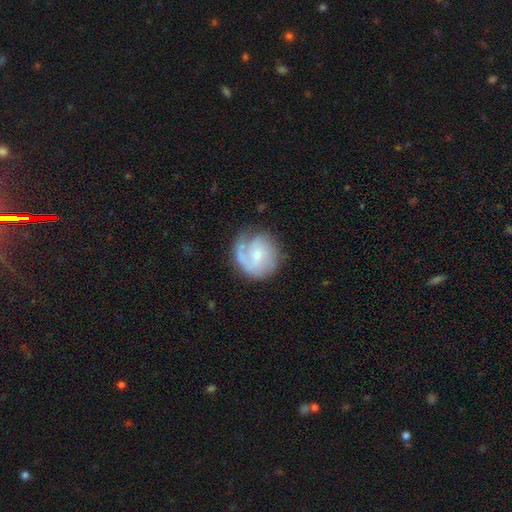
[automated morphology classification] Overall: featured or disk (72%). Edge-on disk: no (98%). Bar: no (55%; weak 39%). Spiral arms: yes (91%). Spiral arm count: 1 (36%; 2 30%). Spiral winding: tight (41%; medium 39%). Bulge size: small (67%). Merging: none (63%).